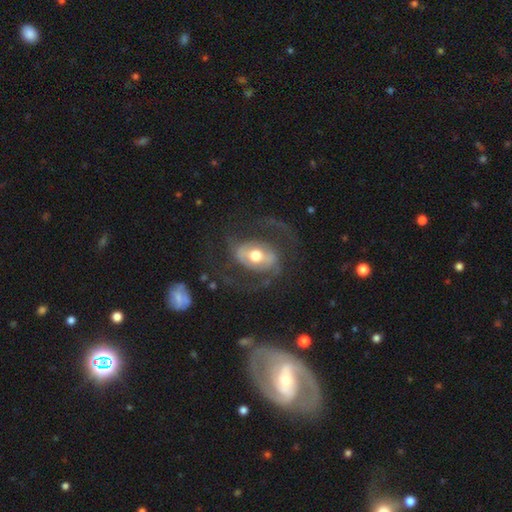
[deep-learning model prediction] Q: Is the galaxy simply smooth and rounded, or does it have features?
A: featured or disk — 80%.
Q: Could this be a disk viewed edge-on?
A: no — 96%.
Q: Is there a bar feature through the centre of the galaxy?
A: weak — 35%, tied with no.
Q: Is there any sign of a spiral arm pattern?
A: yes — 82%.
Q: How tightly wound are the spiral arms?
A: medium — 46%.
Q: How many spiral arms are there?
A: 2 — 83%.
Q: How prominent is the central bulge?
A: moderate — 70%.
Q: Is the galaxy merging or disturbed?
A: none — 63%.